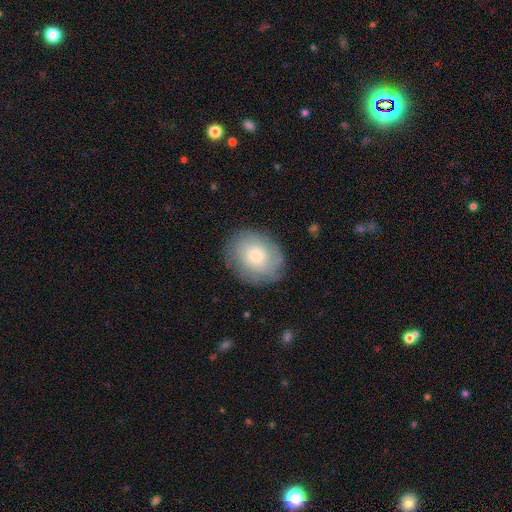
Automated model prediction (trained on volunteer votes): Smooth or featured? smooth (68%)
How rounded? round (52%)
Merging? none (82%)